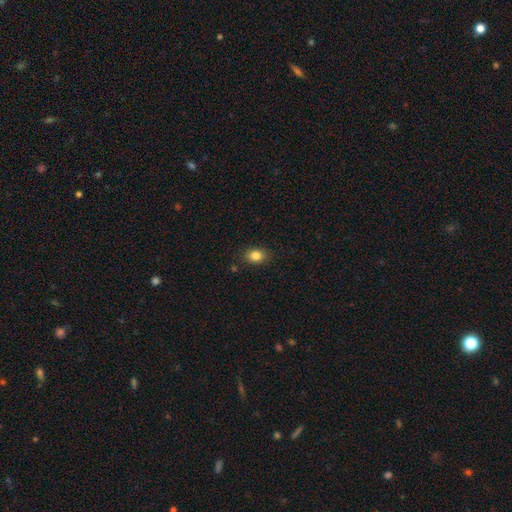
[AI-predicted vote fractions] A smooth galaxy with no disk features (84%) that is in between round and cigar-shaped (66%). Merging: none (86%).